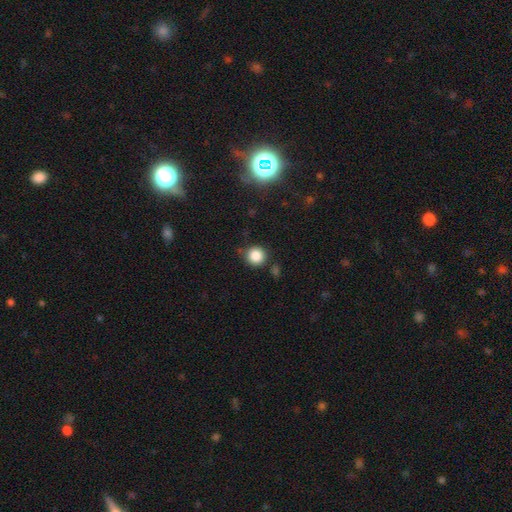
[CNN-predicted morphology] type=smooth (85%); roundness=round (92%); merging=none (81%).